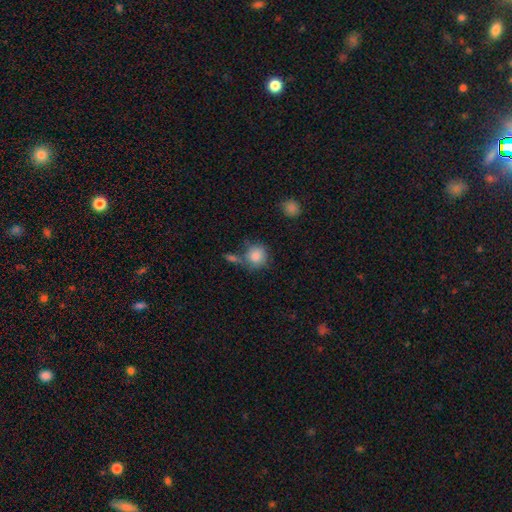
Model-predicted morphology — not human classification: Smooth or featured? smooth (86%)
How rounded? round (86%)
Merging? none (56%)